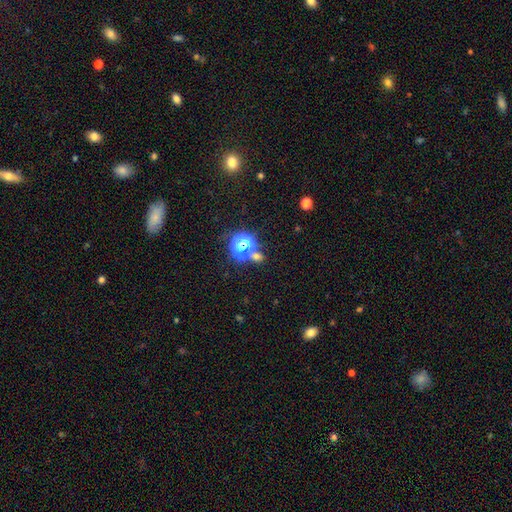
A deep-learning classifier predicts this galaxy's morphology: Smooth or featured? smooth (54%)
How rounded? round (77%)
Merging? none (67%)